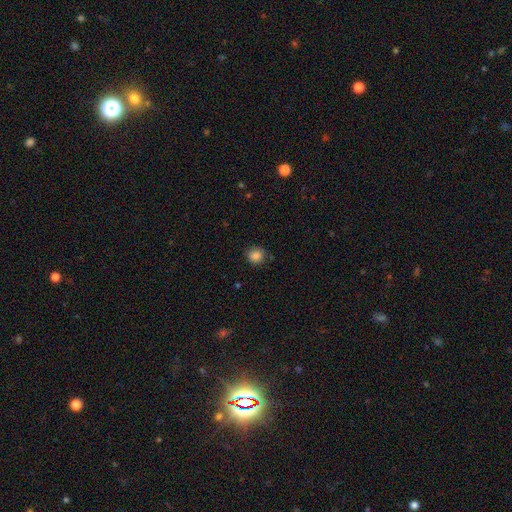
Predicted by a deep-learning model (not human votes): Smooth or featured?
  - smooth: 84% *
  - star or artifact: 11%
  - featured or disk: 5%
How rounded?
  - round: 91% *
  - in between: 8%
  - cigar-shaped: 1%
Merging?
  - none: 87% *
  - minor disturbance: 9%
  - major disturbance: 2%
  - merger: 1%